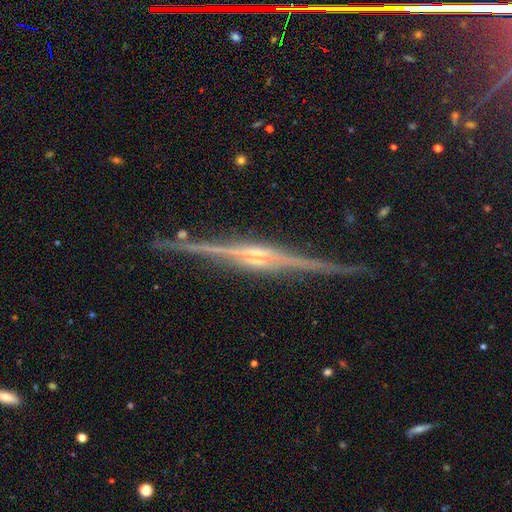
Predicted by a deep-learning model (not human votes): A featured or disk galaxy (90%) viewed edge-on (98%) with a rounded central bulge (69%). Merging: none (89%).